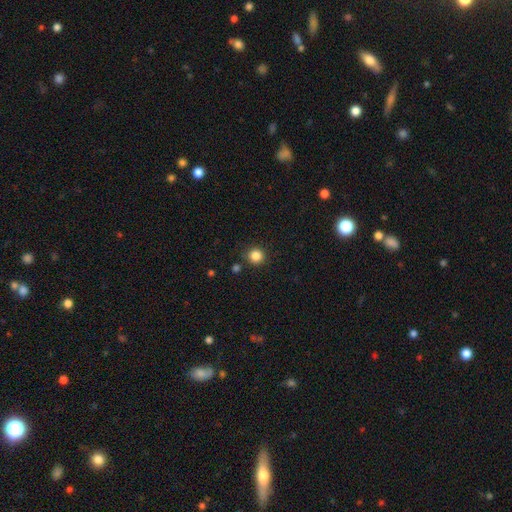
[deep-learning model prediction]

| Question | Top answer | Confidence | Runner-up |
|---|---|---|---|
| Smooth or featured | smooth | 85% | star or artifact (11%) |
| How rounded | round | 93% | in between (6%) |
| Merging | none | 87% | minor disturbance (8%) |